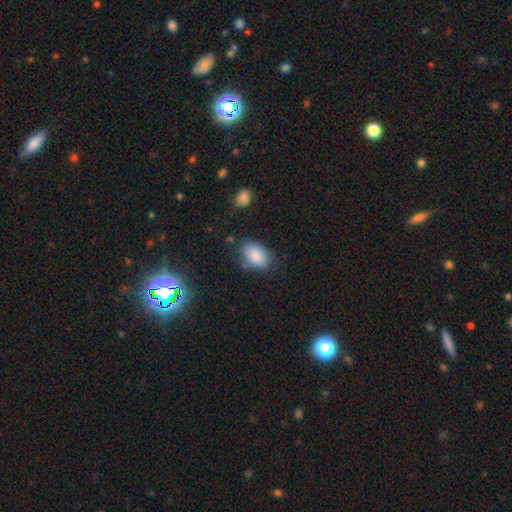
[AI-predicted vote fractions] A smooth galaxy with no disk features (85%) that is in between round and cigar-shaped (88%).

Vote fractions:
- Smooth or featured? smooth: 85% / featured or disk: 8% / star or artifact: 7%
- How rounded? in between: 88% / round: 11% / cigar-shaped: 1%
- Merging? none: 71% / minor disturbance: 20% / major disturbance: 5% / merger: 4%